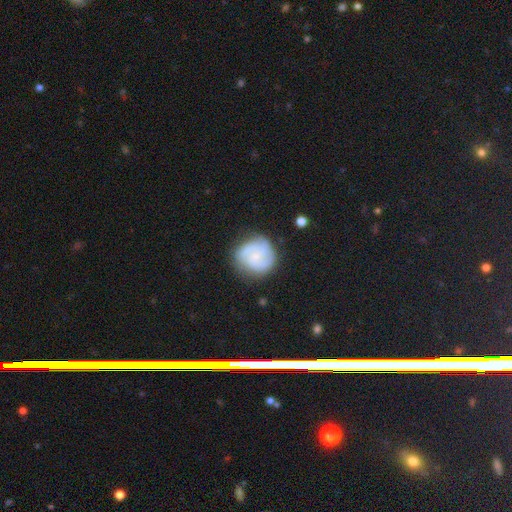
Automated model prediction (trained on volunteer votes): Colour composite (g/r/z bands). It shows a featured or disk galaxy (65%) with no bar (72%), 3 (36%) tight (47%) spiral arms (90%) and a small central bulge (73%). Merging: none (71%).